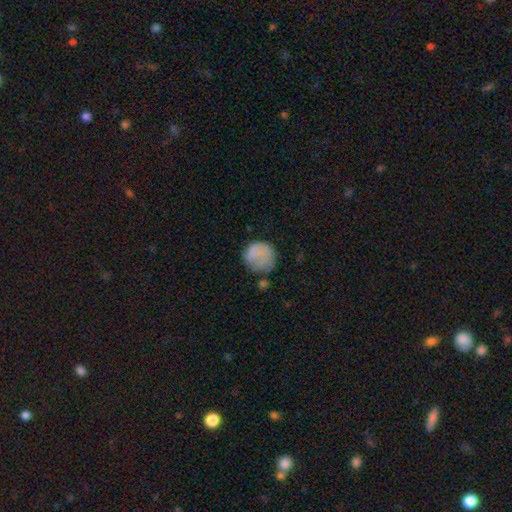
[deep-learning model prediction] Smooth or featured? smooth (74%)
How rounded? round (86%)
Merging? none (56%)